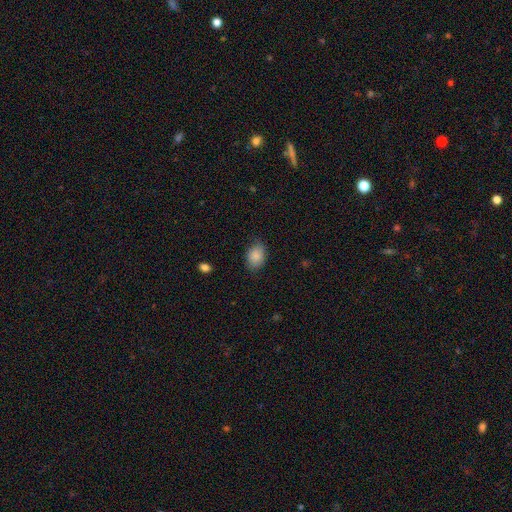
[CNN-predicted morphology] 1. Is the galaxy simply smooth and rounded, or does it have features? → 87% smooth, 7% star or artifact, 5% featured or disk.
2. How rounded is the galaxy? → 77% in between, 22% round, 1% cigar-shaped.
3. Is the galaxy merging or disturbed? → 79% none, 17% minor disturbance, 4% major disturbance, 1% merger.